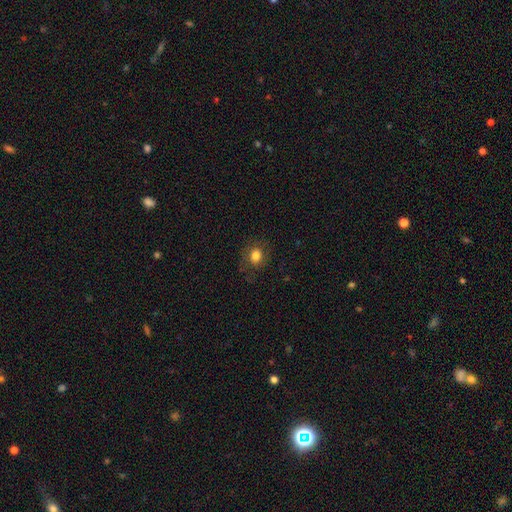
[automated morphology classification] This appears to be a smooth galaxy with no disk features (80%) that is round (67%). Merging: none (81%).